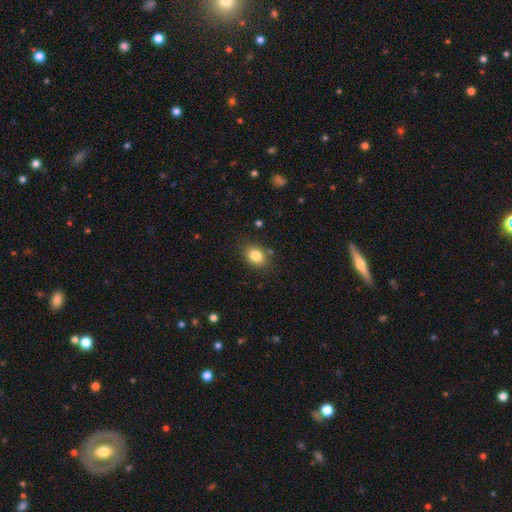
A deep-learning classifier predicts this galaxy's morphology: A smooth galaxy with no disk features (84%) that is in between round and cigar-shaped (65%).

Vote fractions:
- Smooth or featured? smooth: 84% / star or artifact: 10% / featured or disk: 7%
- How rounded? in between: 65% / round: 34% / cigar-shaped: 1%
- Merging? none: 83% / minor disturbance: 11% / major disturbance: 3% / merger: 3%